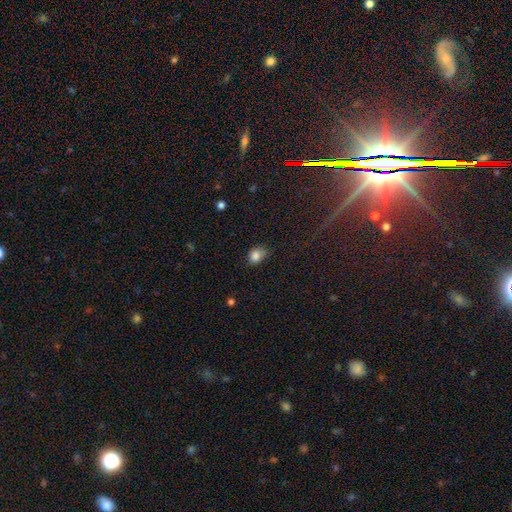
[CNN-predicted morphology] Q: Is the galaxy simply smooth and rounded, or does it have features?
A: smooth — 84%.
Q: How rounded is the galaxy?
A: in between — 51%.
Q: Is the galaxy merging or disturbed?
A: none — 64%.